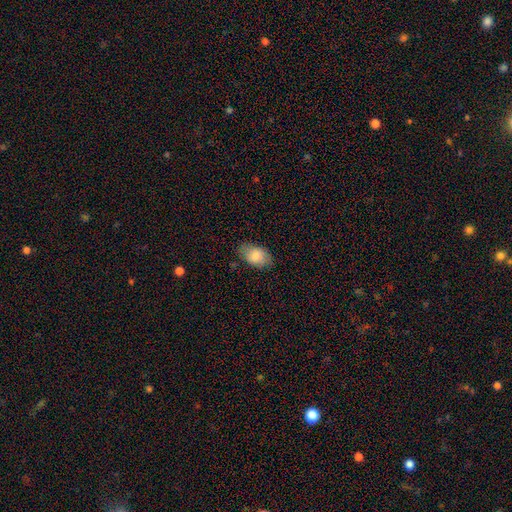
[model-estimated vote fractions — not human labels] A smooth galaxy with no disk features (84%) that is in between round and cigar-shaped (90%). Merging: none (76%).